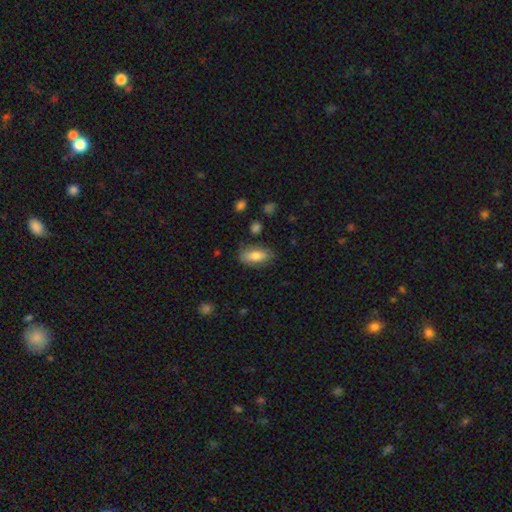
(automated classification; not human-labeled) Smooth or featured? Predicted: smooth (p=0.77). How rounded? Predicted: in between (p=0.88). Merging? Predicted: none (p=0.78).